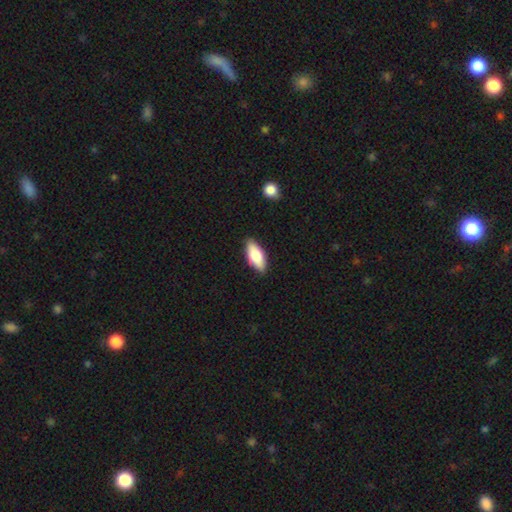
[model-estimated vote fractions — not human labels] Smooth or featured?
  - smooth: 76% *
  - featured or disk: 18%
  - star or artifact: 6%
How rounded?
  - in between: 81% *
  - cigar-shaped: 17%
  - round: 2%
Merging?
  - none: 85% *
  - minor disturbance: 11%
  - major disturbance: 2%
  - merger: 1%